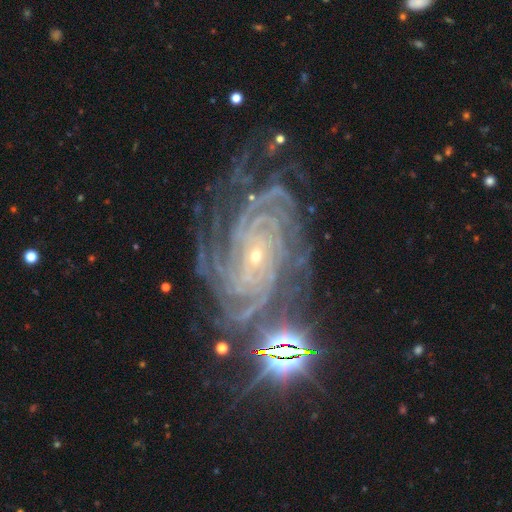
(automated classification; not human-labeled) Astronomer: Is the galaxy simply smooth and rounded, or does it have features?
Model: featured or disk — 78%.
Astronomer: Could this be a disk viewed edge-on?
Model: no — 96%.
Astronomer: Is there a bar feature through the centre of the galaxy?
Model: no — 59%.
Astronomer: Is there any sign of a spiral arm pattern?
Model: yes — 96%.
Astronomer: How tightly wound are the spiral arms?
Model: tight — 72%.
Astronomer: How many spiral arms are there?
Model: can't tell — 28% (runner-up: 3, 19%).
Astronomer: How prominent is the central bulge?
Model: small — 78%.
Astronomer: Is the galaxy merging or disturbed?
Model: none — 70%.